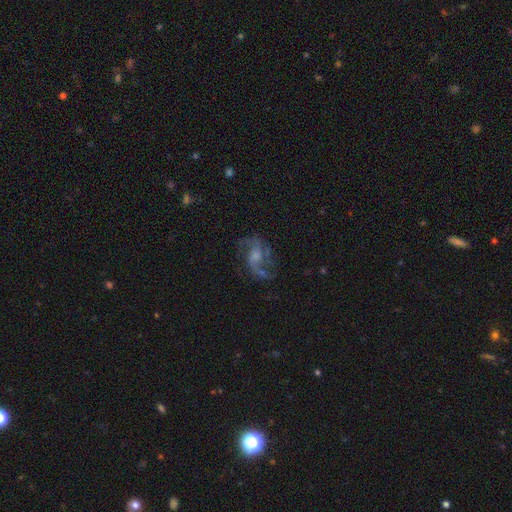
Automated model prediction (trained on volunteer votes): This appears to be a featured or disk galaxy (81%) with no bar (50%), 2 (65%) loose (47%) spiral arms (93%) and a moderate central bulge (41%). Merging: none (66%).